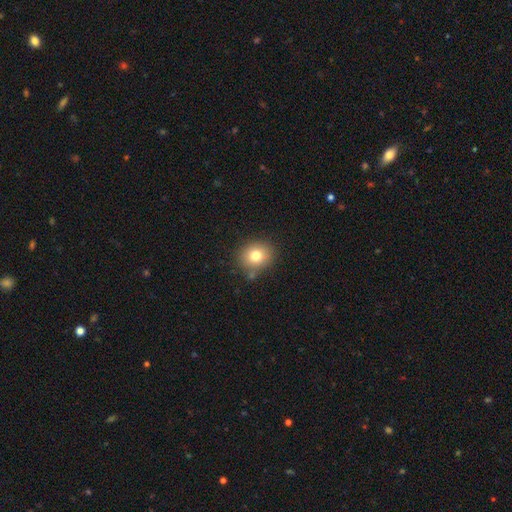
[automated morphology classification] A smooth galaxy with no disk features (77%) that is round (73%).

Vote fractions:
- Smooth or featured? smooth: 77% / star or artifact: 12% / featured or disk: 11%
- How rounded? round: 73% / in between: 26% / cigar-shaped: 1%
- Merging? none: 81% / minor disturbance: 12% / merger: 4% / major disturbance: 3%